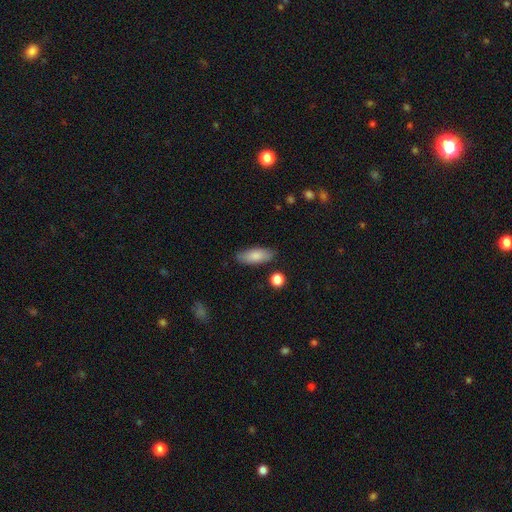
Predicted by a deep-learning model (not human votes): smooth 84%, featured or disk 10%, star or artifact 6%. Down the decision tree: how rounded — in between (78%); merging — none (83%).